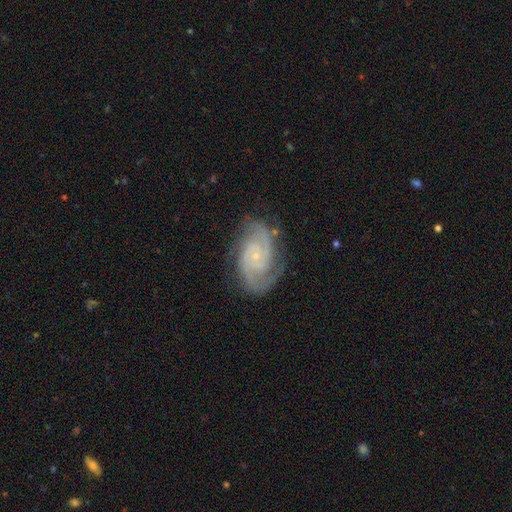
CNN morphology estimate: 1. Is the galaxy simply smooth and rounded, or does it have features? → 90% featured or disk, 5% star or artifact, 5% smooth.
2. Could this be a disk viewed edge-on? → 98% no, 2% yes.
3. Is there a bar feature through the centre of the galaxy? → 67% no, 28% weak, 6% strong.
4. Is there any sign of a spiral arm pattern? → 98% yes, 2% no.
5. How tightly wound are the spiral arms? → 53% tight, 40% medium, 7% loose.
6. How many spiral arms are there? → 65% 2, 16% 3, 8% can't tell, 4% 4, 3% 1, 3% more than 4.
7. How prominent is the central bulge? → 82% small, 11% moderate, 5% none, 1% large, 1% dominant.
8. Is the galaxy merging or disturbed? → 77% none, 16% minor disturbance, 5% major disturbance, 1% merger.